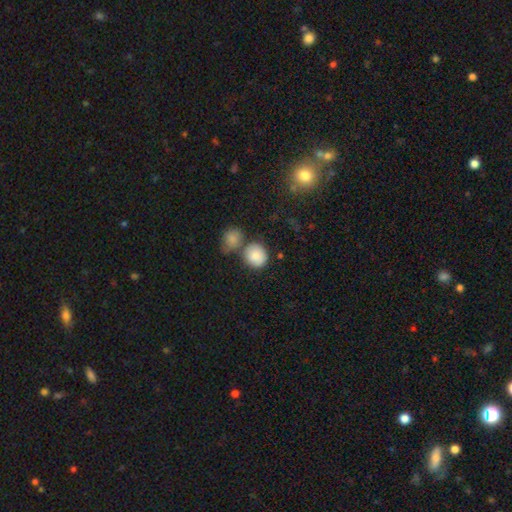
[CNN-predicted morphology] This is clearly a smooth galaxy (86%). How rounded: clearly round (80%). Merging: possibly none (51%).